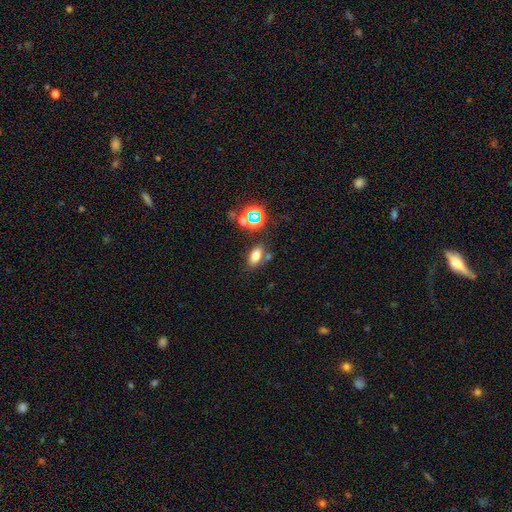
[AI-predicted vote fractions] Q: Smooth or featured?
A: smooth (70%); runner-up: star or artifact (18%)
Q: How rounded?
A: in between (84%); runner-up: round (11%)
Q: Merging?
A: none (69%); runner-up: merger (14%)